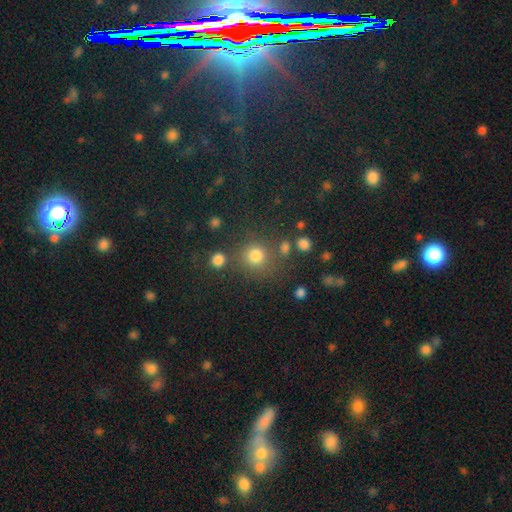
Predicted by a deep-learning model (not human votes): smooth_or_featured: smooth (p=0.79) [alt: star or artifact p=0.15]
how_rounded: round (p=0.90) [alt: in between p=0.09]
merging: none (p=0.74) [alt: merger p=0.10]